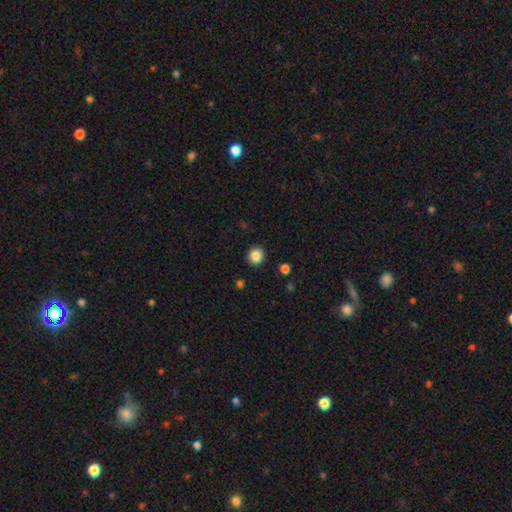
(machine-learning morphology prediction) A smooth galaxy with no disk features (86%) that is round (85%).

Vote fractions:
- Smooth or featured? smooth: 86% / star or artifact: 10% / featured or disk: 4%
- How rounded? round: 85% / in between: 14% / cigar-shaped: 1%
- Merging? none: 90% / minor disturbance: 6% / major disturbance: 2% / merger: 1%